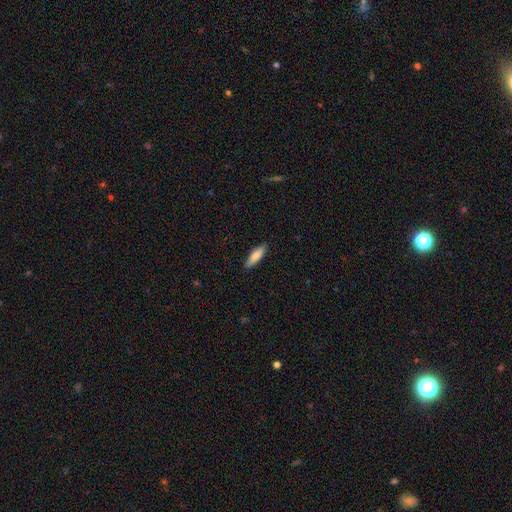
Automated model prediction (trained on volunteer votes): Smooth or featured? smooth (81%)
How rounded? cigar-shaped (64%)
Merging? none (89%)